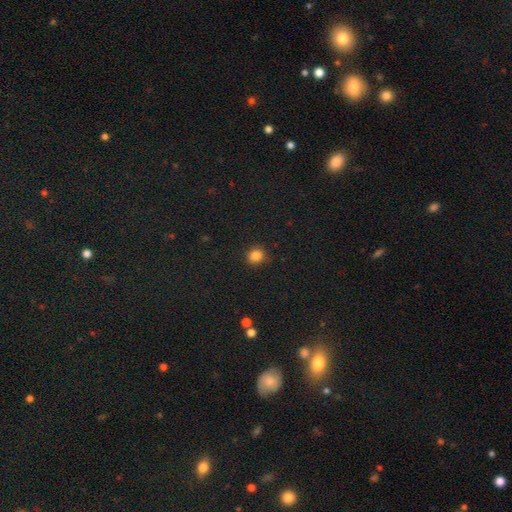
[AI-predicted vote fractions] Smooth or featured? Predicted: smooth (p=0.84). How rounded? Predicted: round (p=0.83). Merging? Predicted: none (p=0.88).